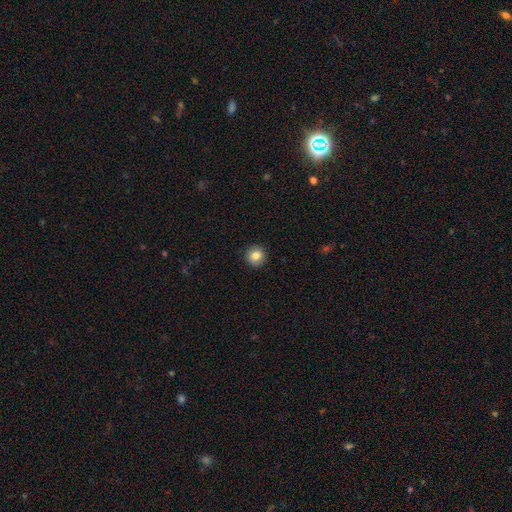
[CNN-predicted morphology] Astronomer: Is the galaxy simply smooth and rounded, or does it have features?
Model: smooth — 83%.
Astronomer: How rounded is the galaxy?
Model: round — 93%.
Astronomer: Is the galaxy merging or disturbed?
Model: none — 91%.